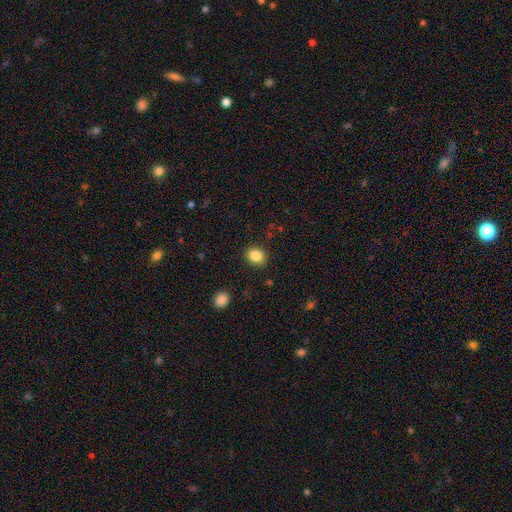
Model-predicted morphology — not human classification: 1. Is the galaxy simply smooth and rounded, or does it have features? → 85% smooth, 10% star or artifact, 5% featured or disk.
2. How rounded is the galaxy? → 55% round, 44% in between, 1% cigar-shaped.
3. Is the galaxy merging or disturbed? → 88% none, 8% minor disturbance, 3% major disturbance, 1% merger.